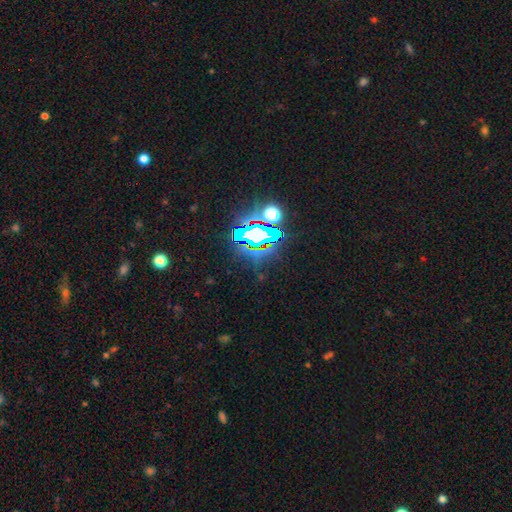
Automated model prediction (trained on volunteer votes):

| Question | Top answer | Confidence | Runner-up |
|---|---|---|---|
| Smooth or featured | star or artifact | 85% | smooth (8%) |